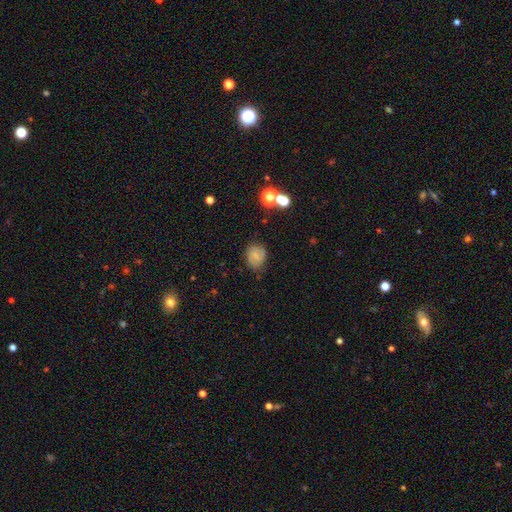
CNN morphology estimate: Overall: smooth (53%; featured or disk 34%). How rounded: round (53%; in between 46%). Merging: none (73%).